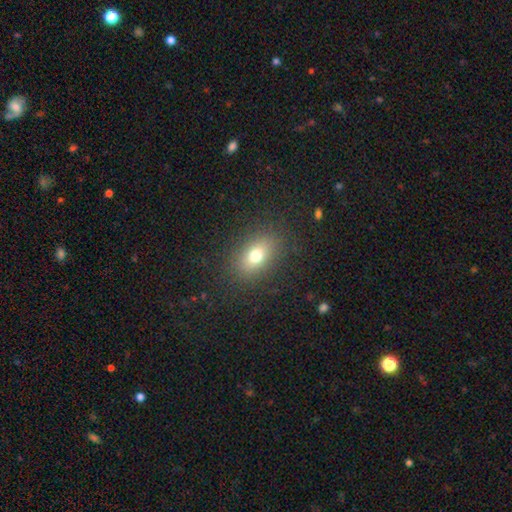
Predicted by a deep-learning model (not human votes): The model was most divided on "how rounded": in between: 77%, round: 20%, cigar-shaped: 3%. More confident: merging — none (86%); smooth or featured — smooth (73%).